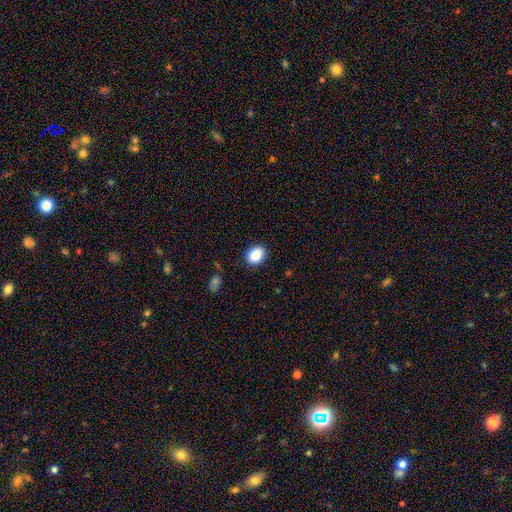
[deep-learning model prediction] This appears to be a smooth galaxy with no disk features (88%) that is in between round and cigar-shaped (61%). Merging: none (88%).